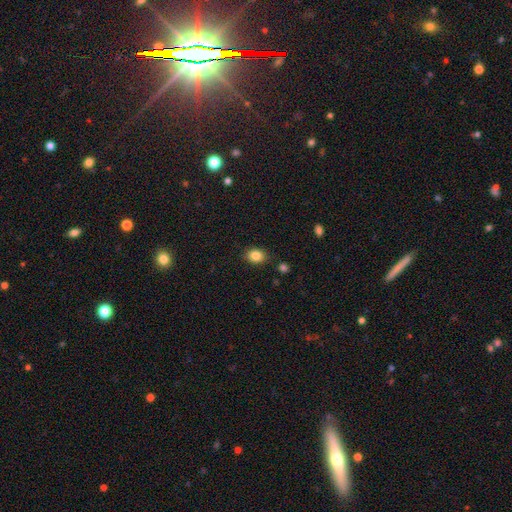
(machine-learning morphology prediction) type=smooth (84%); roundness=in between (50%); merging=none (85%).